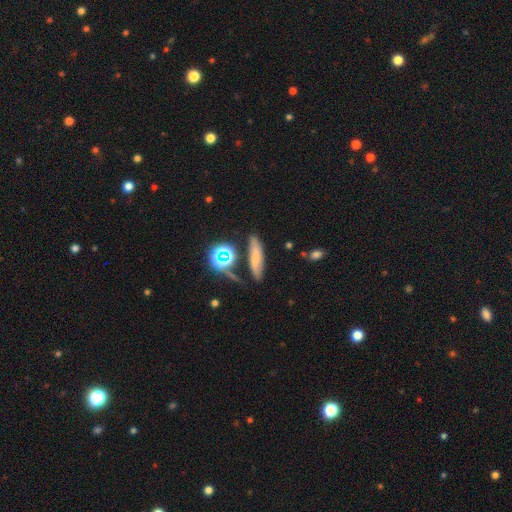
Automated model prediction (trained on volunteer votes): Morphology: type=smooth (60%); roundness=cigar-shaped (58%); merging=none (70%).